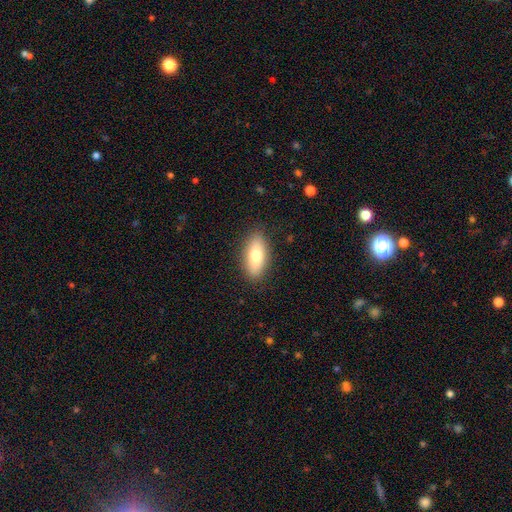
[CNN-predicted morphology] This appears to be a smooth galaxy with no disk features (76%) that is in between round and cigar-shaped (81%). Merging: none (87%).